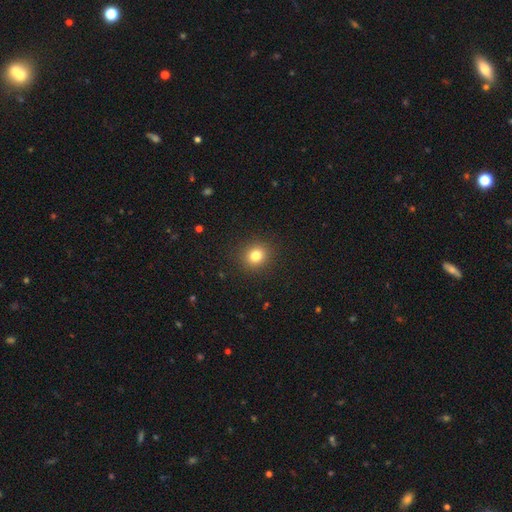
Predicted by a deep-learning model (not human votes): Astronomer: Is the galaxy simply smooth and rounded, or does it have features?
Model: smooth — 80%.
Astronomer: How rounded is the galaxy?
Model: round — 84%.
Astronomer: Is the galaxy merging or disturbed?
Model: none — 90%.